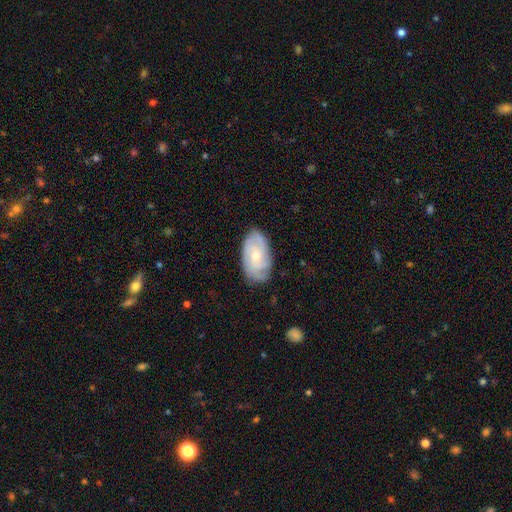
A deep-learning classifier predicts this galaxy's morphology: This is likely a featured or disk galaxy (76%). It is clearly not viewed edge-on (96%). Bar: likely no (69%). Spiral arm pattern: clearly yes (95%). Spiral arm count: marginally 3 (29%). Spiral winding: likely tight (64%). Central bulge: possibly small (50%). Merging: likely none (79%).